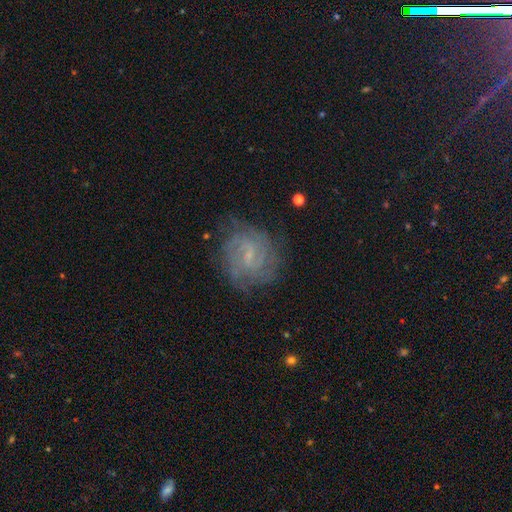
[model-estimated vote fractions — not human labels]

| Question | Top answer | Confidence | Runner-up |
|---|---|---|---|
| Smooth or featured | featured or disk | 61% | smooth (21%) |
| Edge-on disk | no | 97% | yes (3%) |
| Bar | weak | 56% | no (31%) |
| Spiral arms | yes | 88% | no (12%) |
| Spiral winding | tight | 52% | medium (36%) |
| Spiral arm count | can't tell | 46% | 2 (23%) |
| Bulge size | small | 61% | moderate (20%) |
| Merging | none | 77% | minor disturbance (15%) |